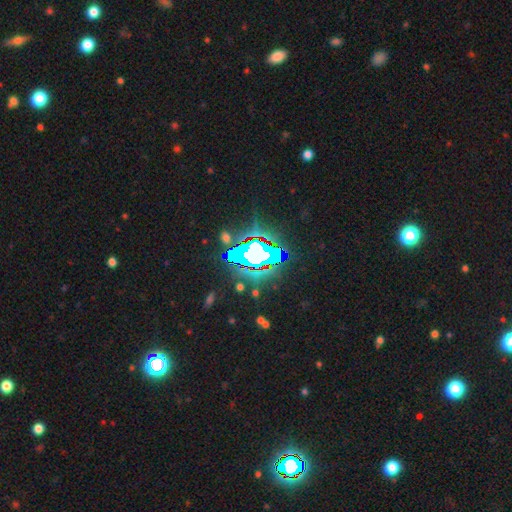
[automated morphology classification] Q: Smooth or featured?
A: star or artifact (64%); runner-up: featured or disk (19%)